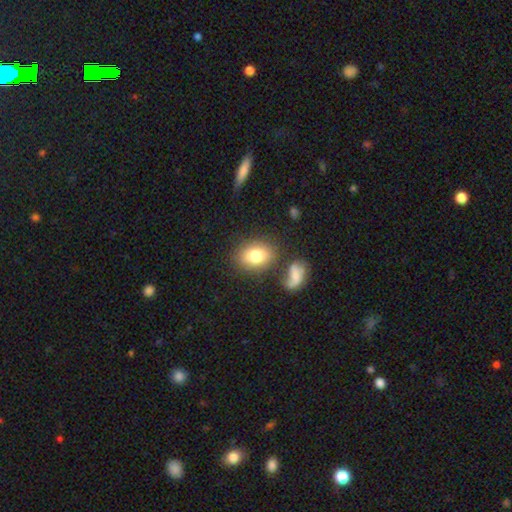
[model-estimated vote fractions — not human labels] Morphology: type=smooth (79%); roundness=in between (70%); merging=none (73%).